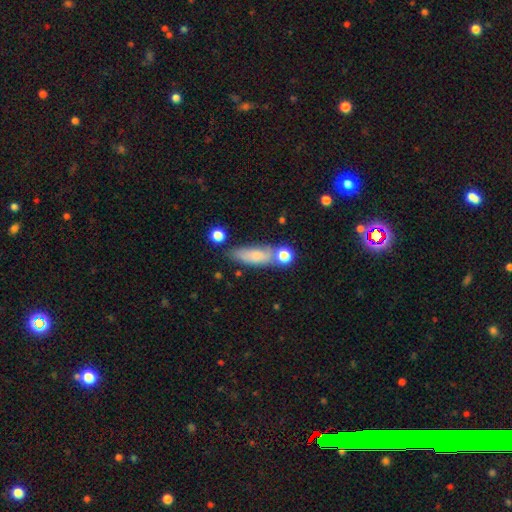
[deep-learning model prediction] A smooth galaxy with no disk features (73%) that is in between round and cigar-shaped (49%). Merging: none (61%).